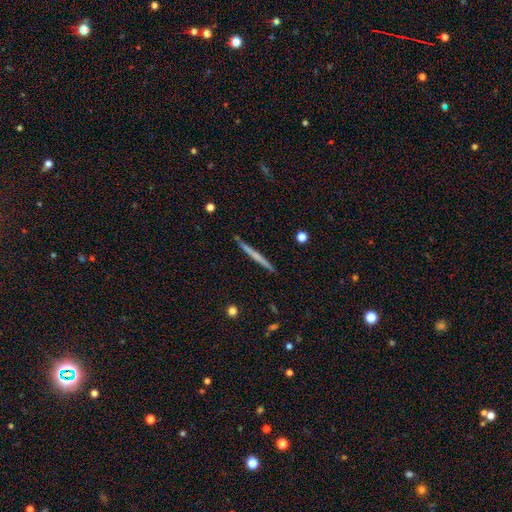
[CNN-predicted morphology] featured or disk 50%, smooth 44%, star or artifact 6%. Down the decision tree: edge-on disk — yes (98%); merging — none (92%).